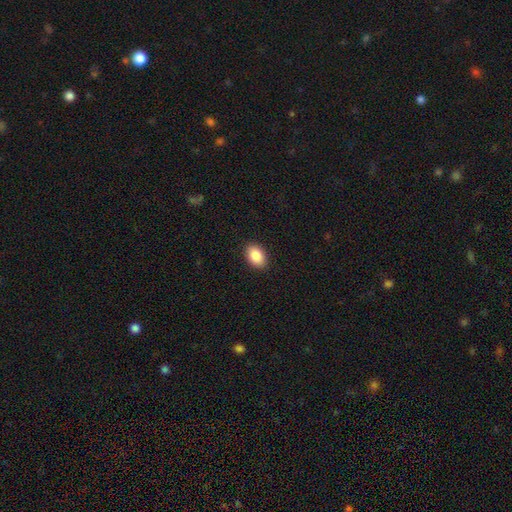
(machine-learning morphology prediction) This appears to be a smooth galaxy with no disk features (88%) that is in between round and cigar-shaped (87%). Merging: none (90%).